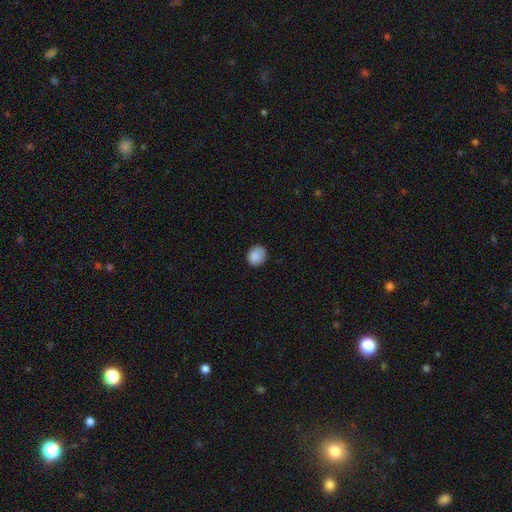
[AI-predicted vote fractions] Smooth or featured? smooth (87%)
How rounded? round (82%)
Merging? none (82%)